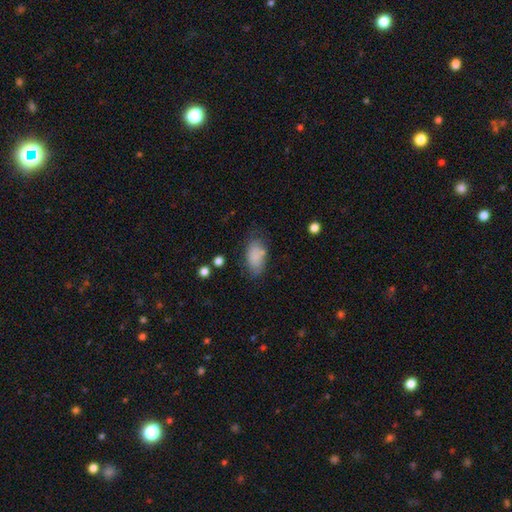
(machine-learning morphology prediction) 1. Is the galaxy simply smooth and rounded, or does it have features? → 82% smooth, 10% featured or disk, 8% star or artifact.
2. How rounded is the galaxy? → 92% in between, 5% round, 2% cigar-shaped.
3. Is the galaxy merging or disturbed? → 61% none, 24% minor disturbance, 10% major disturbance, 5% merger.